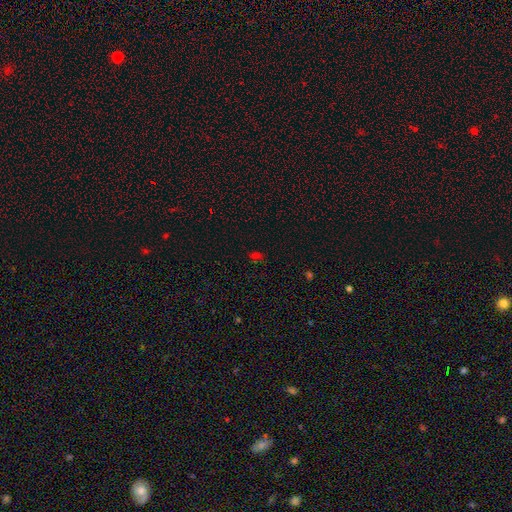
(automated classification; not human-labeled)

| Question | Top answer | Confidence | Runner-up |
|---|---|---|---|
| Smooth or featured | smooth | 47% | star or artifact (44%) |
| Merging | none | 67% | minor disturbance (19%) |